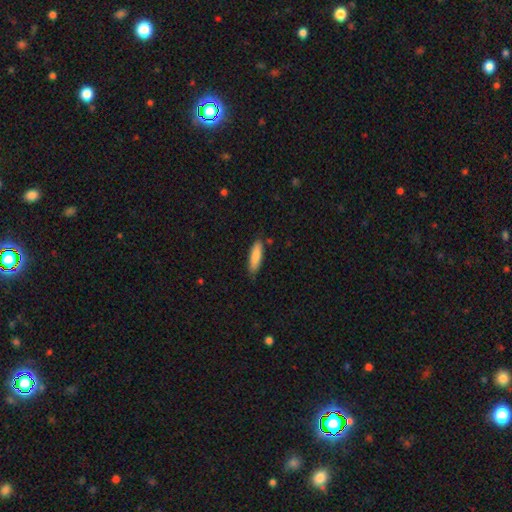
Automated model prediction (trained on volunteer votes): Smooth or featured? smooth (82%)
How rounded? cigar-shaped (60%)
Merging? none (82%)